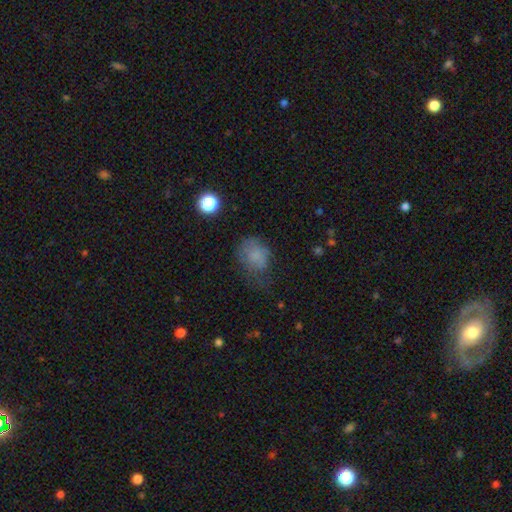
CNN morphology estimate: Q: Smooth or featured?
A: smooth (74%); runner-up: featured or disk (14%)
Q: How rounded?
A: in between (57%); runner-up: round (42%)
Q: Merging?
A: none (41%); runner-up: minor disturbance (32%)